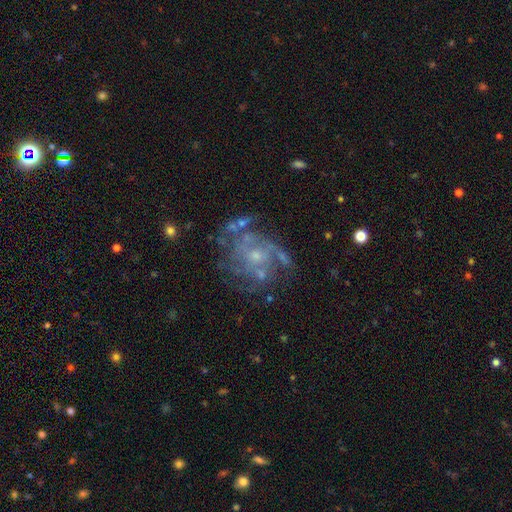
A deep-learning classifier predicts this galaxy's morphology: Smooth or featured? featured or disk (78%)
Edge-on disk? no (98%)
Bar? no (76%)
Spiral arms? yes (80%)
Spiral winding? tight (45%)
Spiral arm count? can't tell (41%)
Bulge size? small (62%)
Merging? none (57%)